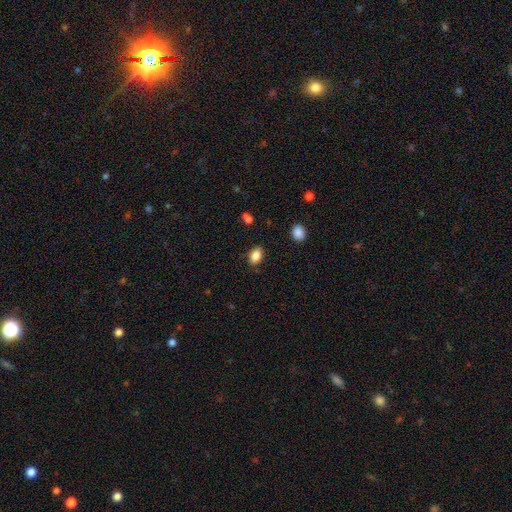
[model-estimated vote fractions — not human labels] Smooth or featured? smooth (85%)
How rounded? in between (85%)
Merging? none (84%)